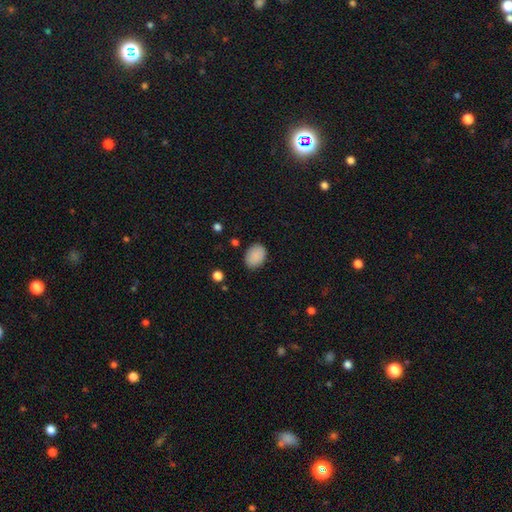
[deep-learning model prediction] Morphology: type=smooth (88%); roundness=in between (70%); merging=none (85%).